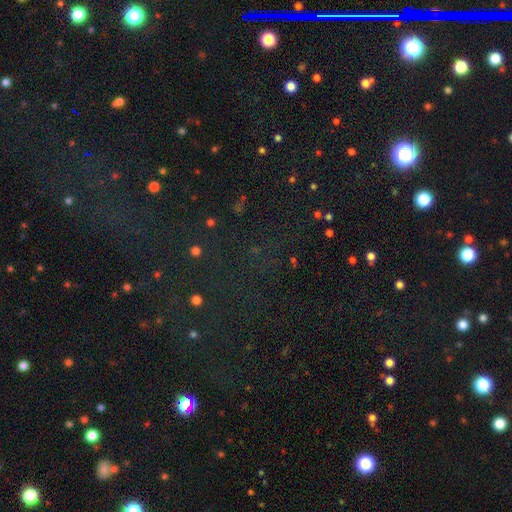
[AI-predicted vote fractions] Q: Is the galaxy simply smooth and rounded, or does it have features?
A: star or artifact — 74%.